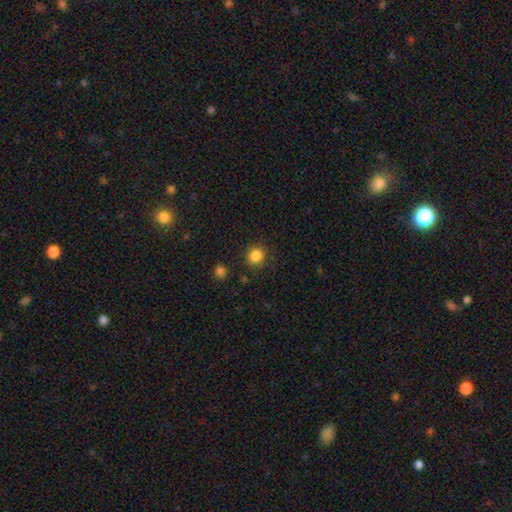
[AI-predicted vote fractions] Overall: smooth (84%). How rounded: round (90%). Merging: none (88%).